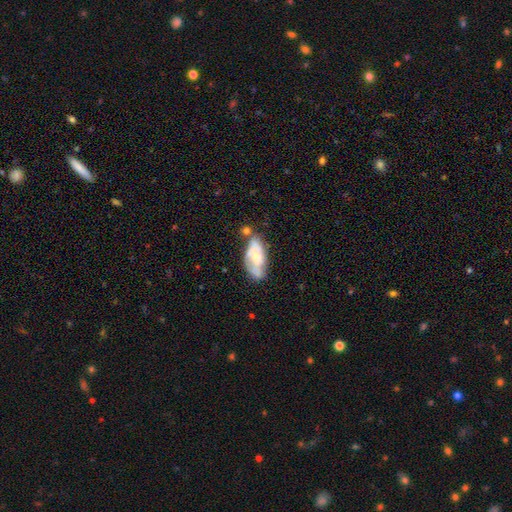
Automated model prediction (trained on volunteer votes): featured or disk 56%, smooth 37%, star or artifact 7%. Down the decision tree: edge-on disk — no (92%); bar — no (72%); spiral arms — yes (55%); bulge size — small (42%); merging — none (39%).